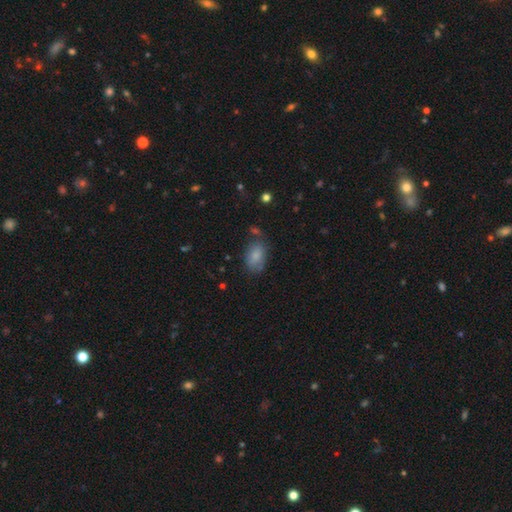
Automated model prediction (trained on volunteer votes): Morphology: type=smooth (82%); roundness=in between (89%); merging=none (64%).